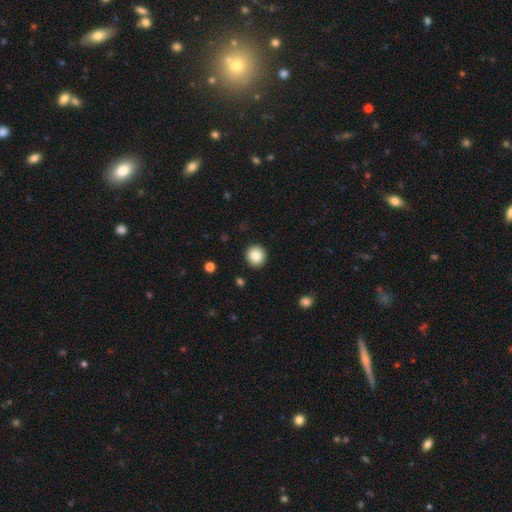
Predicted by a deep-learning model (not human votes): smooth 84%, star or artifact 9%, featured or disk 7%. Down the decision tree: how rounded — round (93%); merging — none (92%).